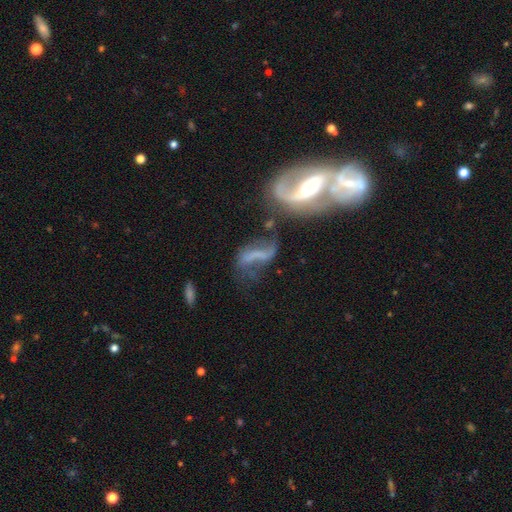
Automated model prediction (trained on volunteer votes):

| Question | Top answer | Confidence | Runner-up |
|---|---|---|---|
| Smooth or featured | featured or disk | 68% | smooth (20%) |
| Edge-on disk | no | 93% | yes (7%) |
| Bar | weak | 35% | strong (34%) |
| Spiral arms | yes | 80% | no (20%) |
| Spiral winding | loose | 78% | medium (17%) |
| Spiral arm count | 2 | 82% | 1 (9%) |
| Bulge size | none | 56% | small (24%) |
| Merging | none | 32% | merger (28%) |